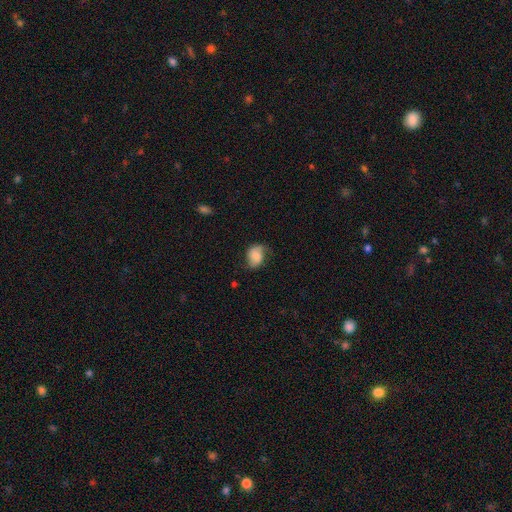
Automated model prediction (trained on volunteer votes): Q: Smooth or featured?
A: smooth (65%); runner-up: featured or disk (27%)
Q: How rounded?
A: in between (67%); runner-up: round (32%)
Q: Merging?
A: none (53%); runner-up: minor disturbance (32%)